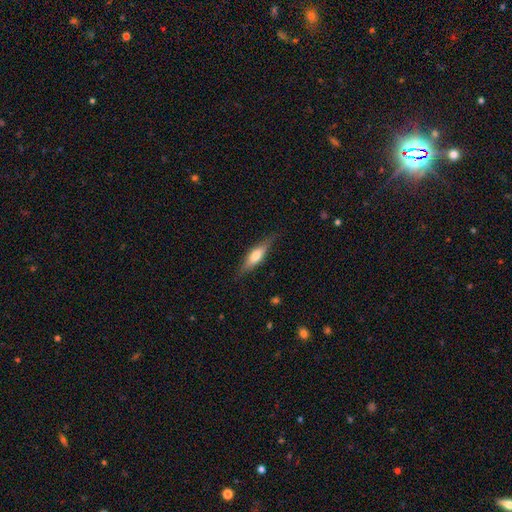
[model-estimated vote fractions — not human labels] Smooth or featured: smooth — 53% (featured or disk — 41%)
How rounded: cigar-shaped — 65% (in between — 33%)
Merging: none — 81% (minor disturbance — 14%)